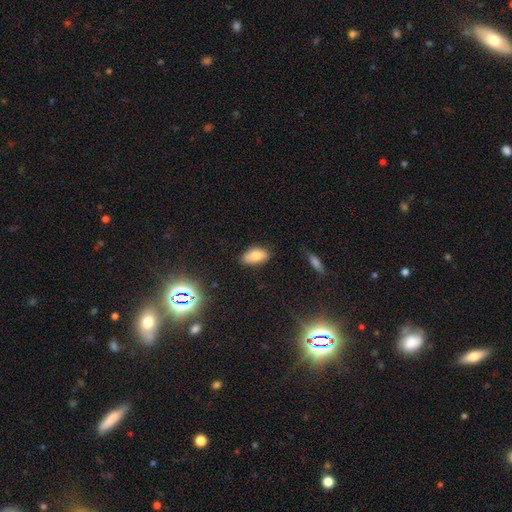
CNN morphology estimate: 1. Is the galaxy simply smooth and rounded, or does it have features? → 79% smooth, 12% featured or disk, 10% star or artifact.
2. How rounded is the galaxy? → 92% in between, 4% round, 4% cigar-shaped.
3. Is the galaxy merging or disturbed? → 78% none, 17% minor disturbance, 3% major disturbance, 2% merger.